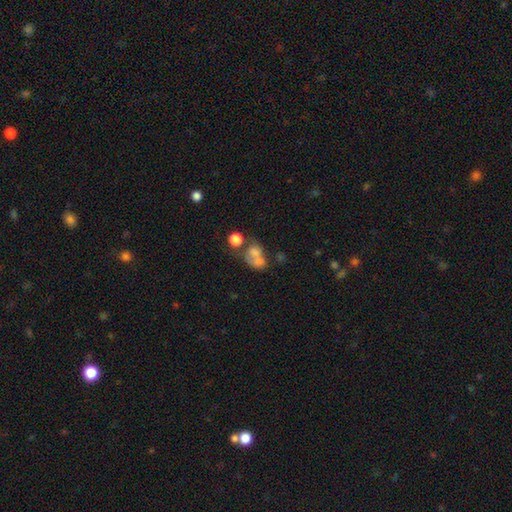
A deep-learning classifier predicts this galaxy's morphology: A smooth galaxy with no disk features (59%) that is in between round and cigar-shaped (61%). Merging: merger (52%).